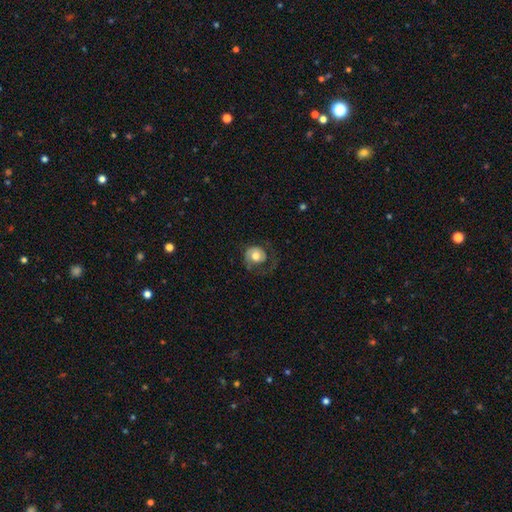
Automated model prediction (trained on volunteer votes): smooth_or_featured: smooth (p=0.51) [alt: featured or disk p=0.42]
how_rounded: round (p=0.71) [alt: in between p=0.28]
merging: none (p=0.42) [alt: major disturbance p=0.35]